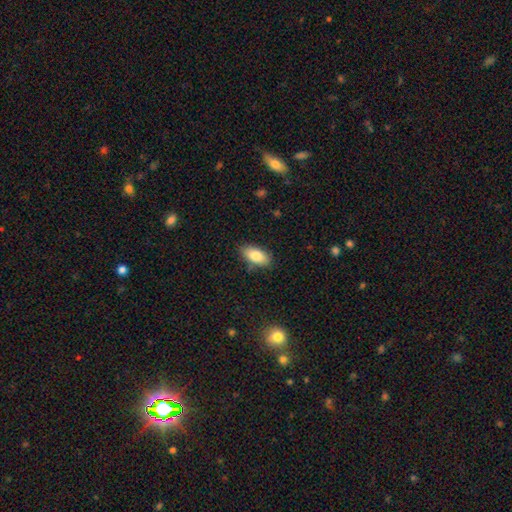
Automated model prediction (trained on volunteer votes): A smooth galaxy with no disk features (84%) that is in between round and cigar-shaped (91%). Merging: none (83%).